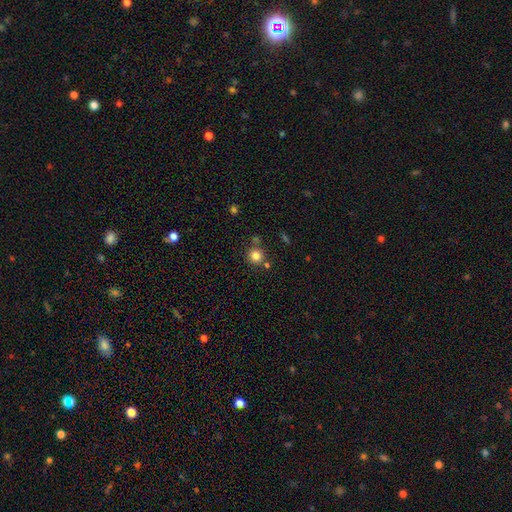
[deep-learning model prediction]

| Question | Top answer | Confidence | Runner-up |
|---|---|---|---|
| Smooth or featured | smooth | 82% | star or artifact (13%) |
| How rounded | round | 93% | in between (6%) |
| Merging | none | 76% | merger (12%) |